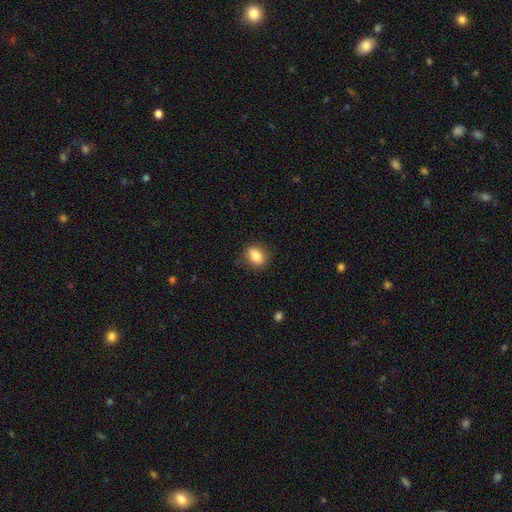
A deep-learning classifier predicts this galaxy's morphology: This is clearly a smooth galaxy (83%). How rounded: likely in between (71%). Merging: clearly none (84%).